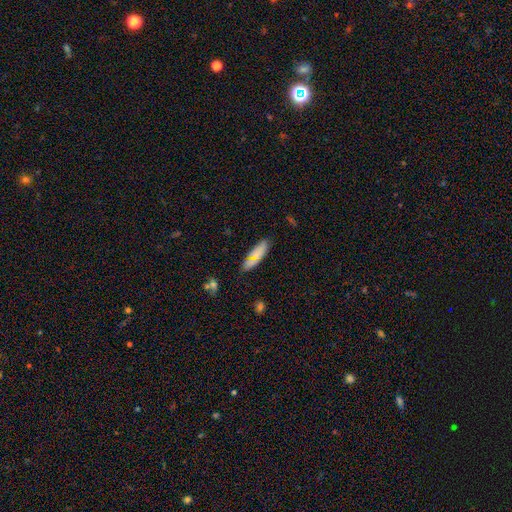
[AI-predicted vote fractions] Smooth or featured? smooth (73%)
How rounded? cigar-shaped (49%, tied with in between)
Merging? none (83%)